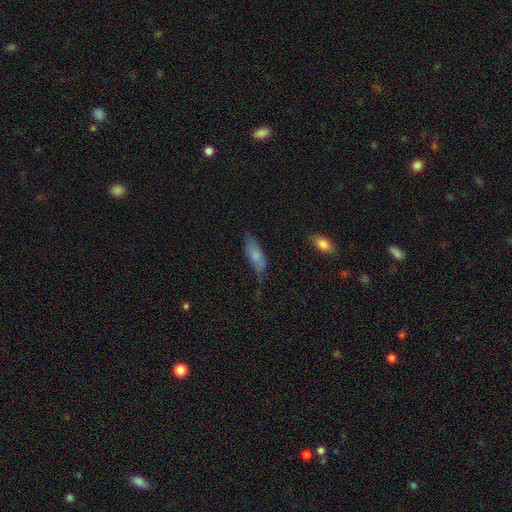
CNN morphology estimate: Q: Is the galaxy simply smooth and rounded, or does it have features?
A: smooth — 76%.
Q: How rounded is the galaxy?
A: in between — 71%.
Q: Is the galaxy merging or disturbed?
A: none — 57%.